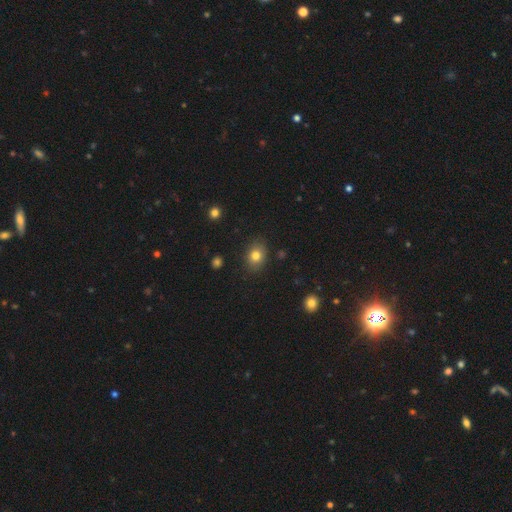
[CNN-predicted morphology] type=smooth (79%); roundness=in between (54%); merging=none (86%).